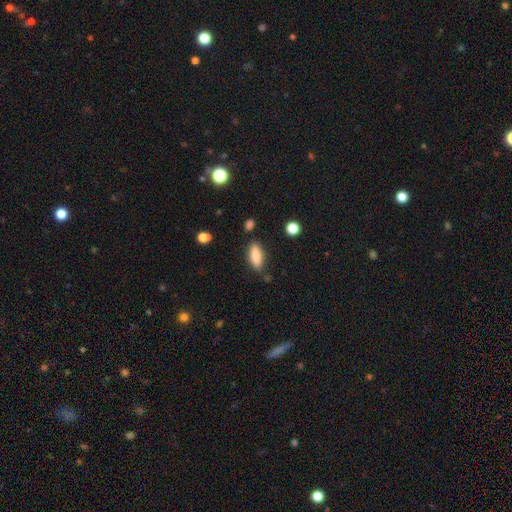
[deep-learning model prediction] A smooth galaxy with no disk features (83%) that is in between round and cigar-shaped (64%).

Vote fractions:
- Smooth or featured? smooth: 83% / featured or disk: 10% / star or artifact: 7%
- How rounded? in between: 64% / cigar-shaped: 34% / round: 2%
- Merging? none: 80% / minor disturbance: 13% / merger: 3% / major disturbance: 3%